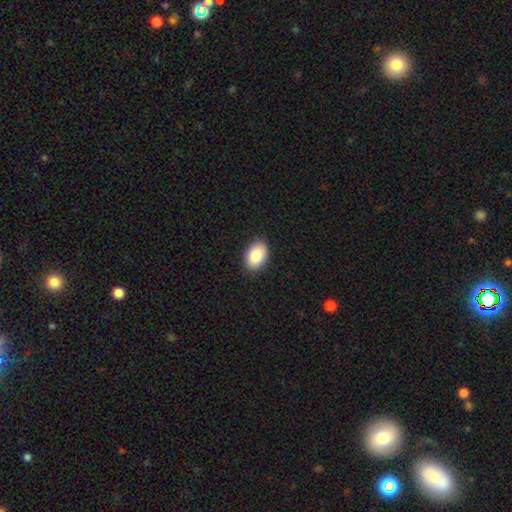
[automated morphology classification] smooth 86%, star or artifact 7%, featured or disk 7%. Down the decision tree: how rounded — in between (85%); merging — none (88%).